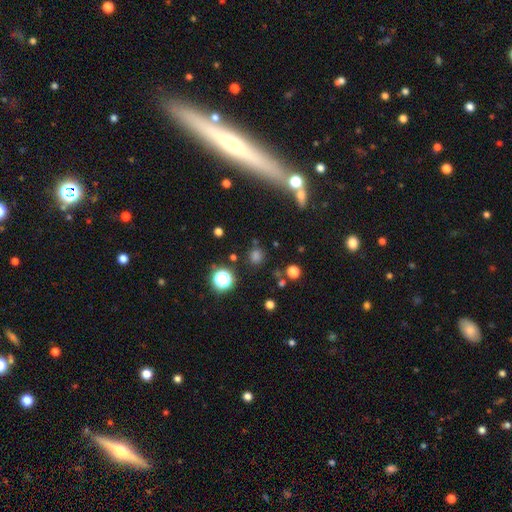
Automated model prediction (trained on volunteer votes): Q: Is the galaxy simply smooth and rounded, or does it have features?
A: smooth — 65%.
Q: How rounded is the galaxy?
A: round — 85%.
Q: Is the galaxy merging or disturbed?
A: none — 82%.